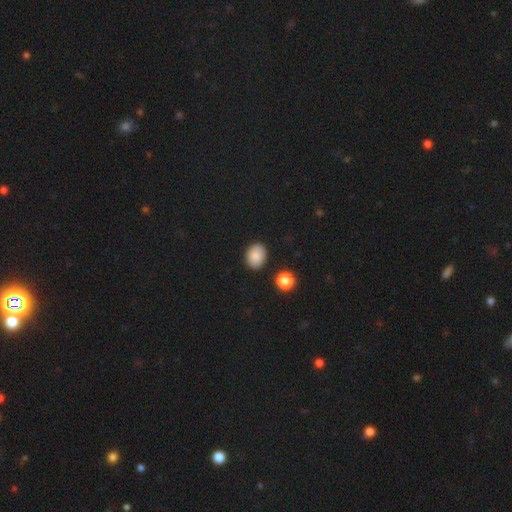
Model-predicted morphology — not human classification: Smooth or featured? smooth (87%)
How rounded? in between (61%)
Merging? none (87%)